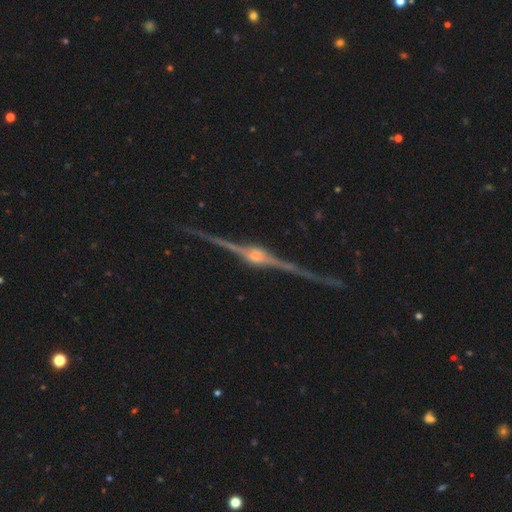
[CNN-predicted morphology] type=featured or disk (93%); edge-on=yes (98%); edge-on bulge=rounded (90%); merging=none (90%).